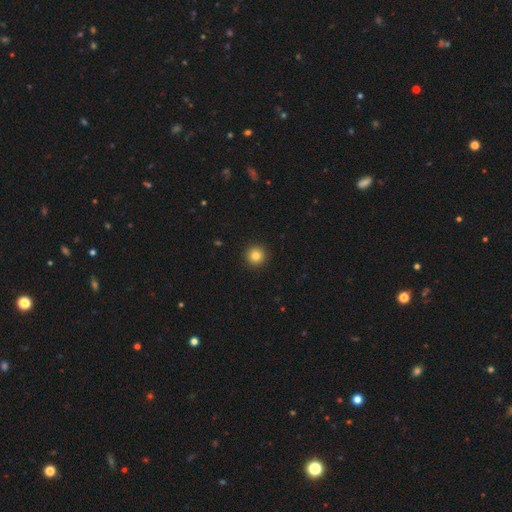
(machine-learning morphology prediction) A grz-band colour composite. It shows a smooth galaxy with no disk features (82%) that is round (96%). Merging: none (93%).